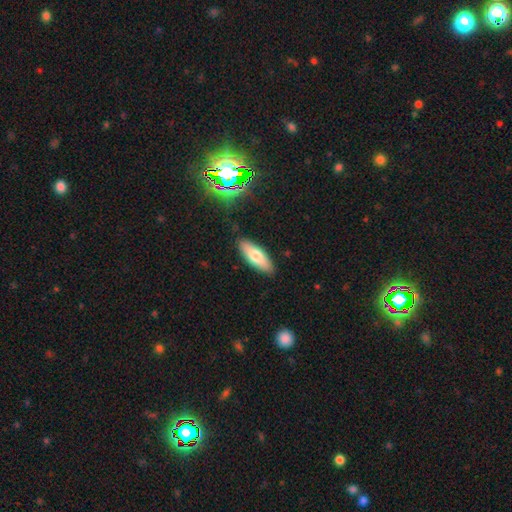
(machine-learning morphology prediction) A smooth galaxy with no disk features (72%) that is in between round and cigar-shaped (65%). Merging: none (89%).